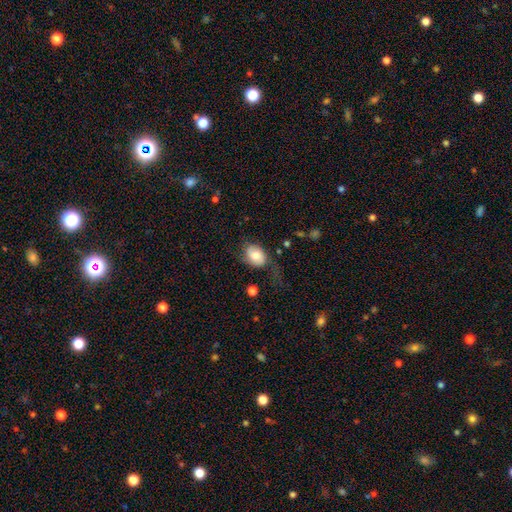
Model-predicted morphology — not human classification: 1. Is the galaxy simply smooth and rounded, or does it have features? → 69% smooth, 23% featured or disk, 7% star or artifact.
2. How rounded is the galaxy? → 70% in between, 29% round, 1% cigar-shaped.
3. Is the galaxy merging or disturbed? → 46% none, 28% minor disturbance, 23% major disturbance, 3% merger.